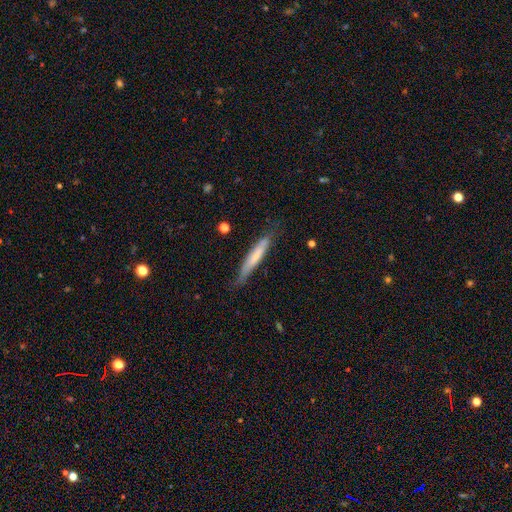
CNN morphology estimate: The model was most divided on "smooth or featured": smooth: 60%, featured or disk: 34%, star or artifact: 6%. More confident: how rounded — cigar-shaped (93%); merging — none (73%).